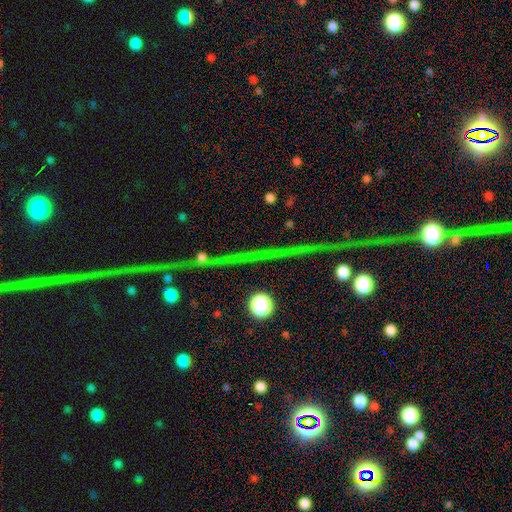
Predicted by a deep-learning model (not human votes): smooth_or_featured: star or artifact (p=0.79) [alt: featured or disk p=0.12]